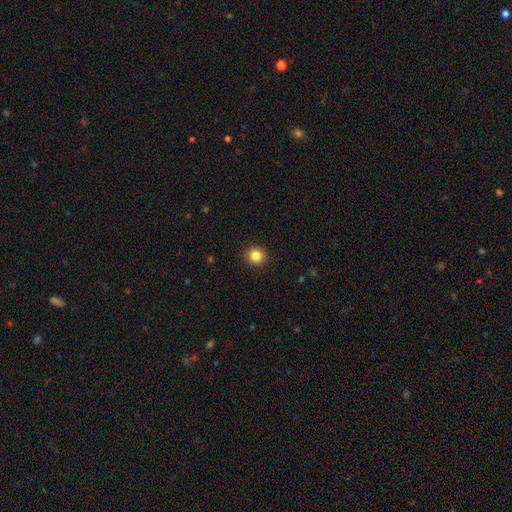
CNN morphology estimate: smooth-or-featured: smooth: 84% | star or artifact: 11% | featured or disk: 5%
  how-rounded: round: 91% | in between: 8% | cigar-shaped: 1%
  merging: none: 93% | minor disturbance: 5% | major disturbance: 2% | merger: 1%